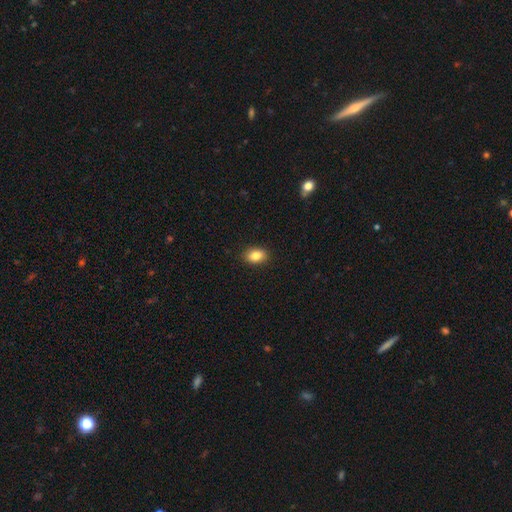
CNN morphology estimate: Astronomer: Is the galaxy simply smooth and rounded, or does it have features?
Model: smooth — 84%.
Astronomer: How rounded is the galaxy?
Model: in between — 78%.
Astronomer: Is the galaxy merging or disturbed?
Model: none — 90%.